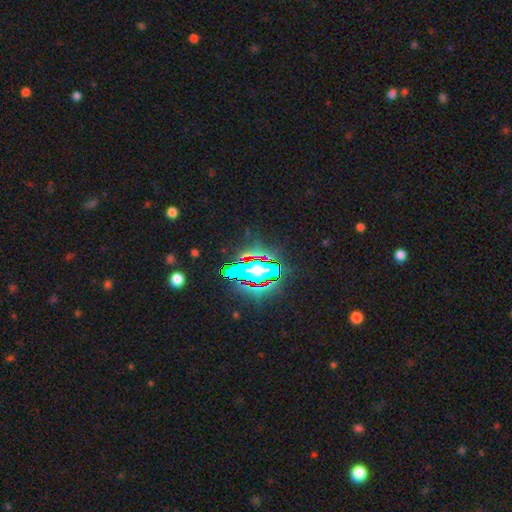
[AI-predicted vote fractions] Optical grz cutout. It shows a star or artifact, not a galaxy (78%).